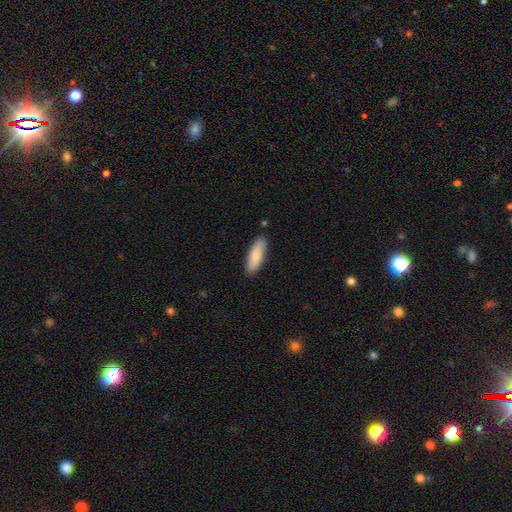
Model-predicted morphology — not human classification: Smooth or featured: smooth — 85% (featured or disk — 9%)
How rounded: in between — 53% (cigar-shaped — 46%)
Merging: none — 87% (minor disturbance — 10%)